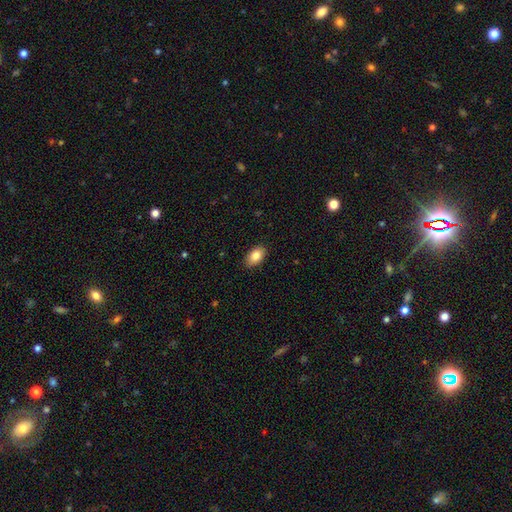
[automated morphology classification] smooth_or_featured: smooth (p=0.84) [alt: featured or disk p=0.08]
how_rounded: in between (p=0.92) [alt: round p=0.07]
merging: none (p=0.89) [alt: minor disturbance p=0.08]